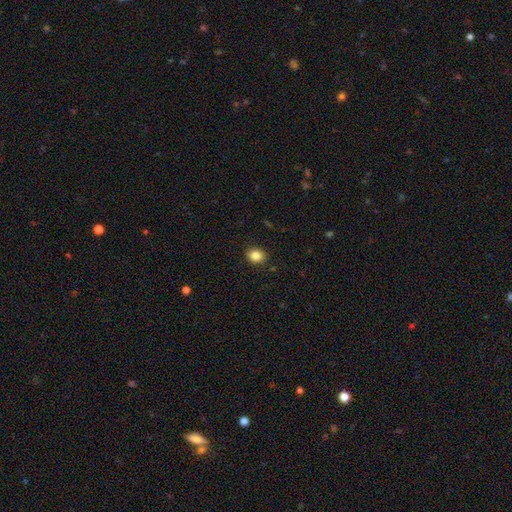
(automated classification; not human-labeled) Smooth or featured: smooth — 85% (star or artifact — 10%)
How rounded: round — 55% (in between — 44%)
Merging: none — 89% (minor disturbance — 8%)